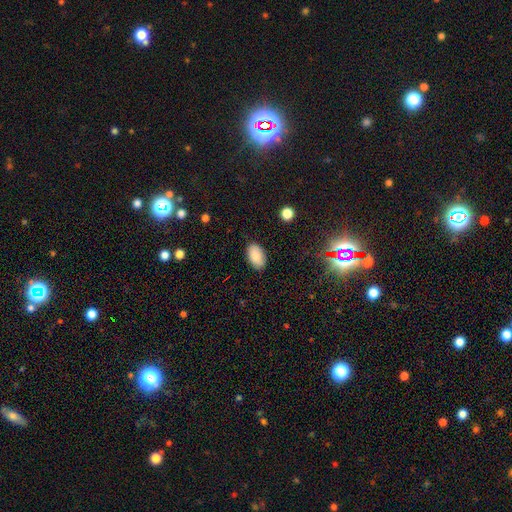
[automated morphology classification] A smooth galaxy with no disk features (87%) that is in between round and cigar-shaped (94%).

Vote fractions:
- Smooth or featured? smooth: 87% / star or artifact: 8% / featured or disk: 5%
- How rounded? in between: 94% / round: 5% / cigar-shaped: 1%
- Merging? none: 87% / minor disturbance: 10% / major disturbance: 2% / merger: 1%